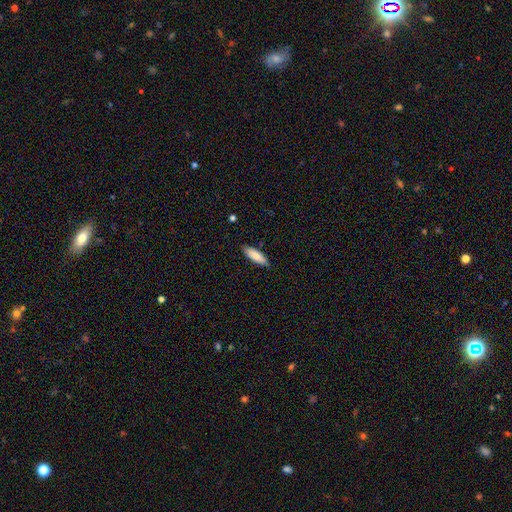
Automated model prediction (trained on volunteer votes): This appears to be a smooth galaxy with no disk features (85%) that is in between round and cigar-shaped (53%). Merging: none (85%).